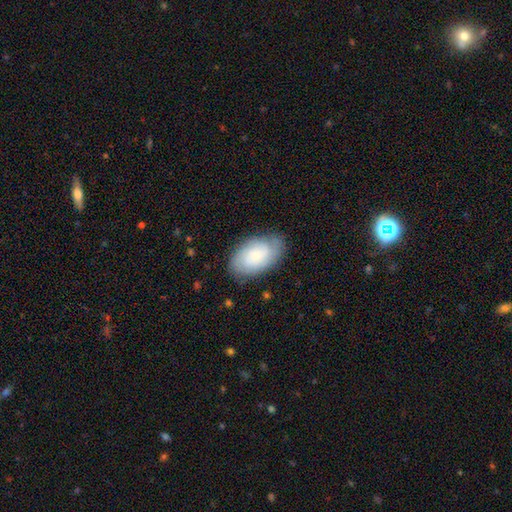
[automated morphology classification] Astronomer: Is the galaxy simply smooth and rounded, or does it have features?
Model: featured or disk — 52% (runner-up: smooth, 41%).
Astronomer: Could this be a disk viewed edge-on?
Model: no — 95%.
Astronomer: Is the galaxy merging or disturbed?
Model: none — 77%.